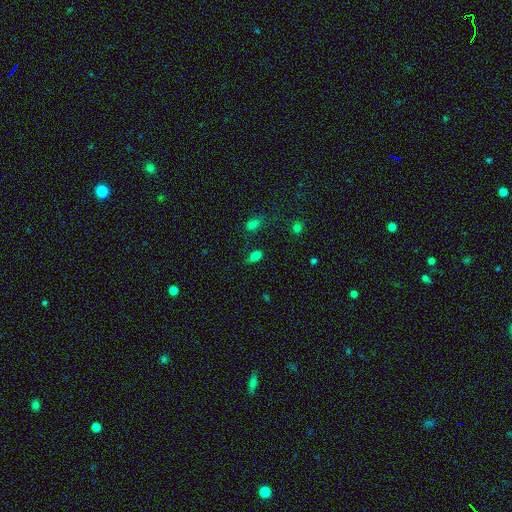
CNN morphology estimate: A smooth galaxy with no disk features (77%) that is in between round and cigar-shaped (86%). Merging: none (71%).